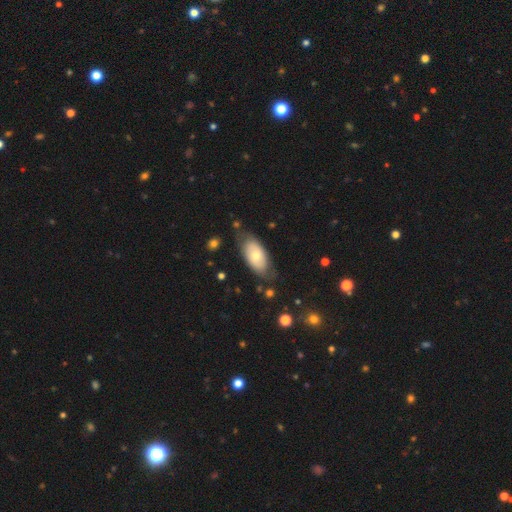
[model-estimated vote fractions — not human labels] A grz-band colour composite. It shows a smooth galaxy with no disk features (56%) that is in between round and cigar-shaped (92%). Merging: none (69%).